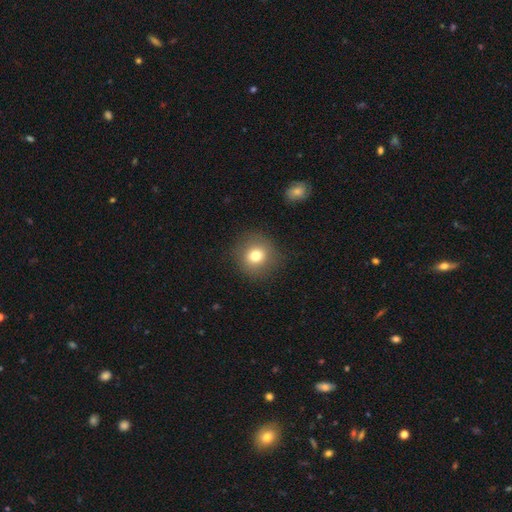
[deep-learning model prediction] Q: Smooth or featured?
A: smooth (77%); runner-up: featured or disk (12%)
Q: How rounded?
A: round (89%); runner-up: in between (10%)
Q: Merging?
A: none (86%); runner-up: minor disturbance (9%)